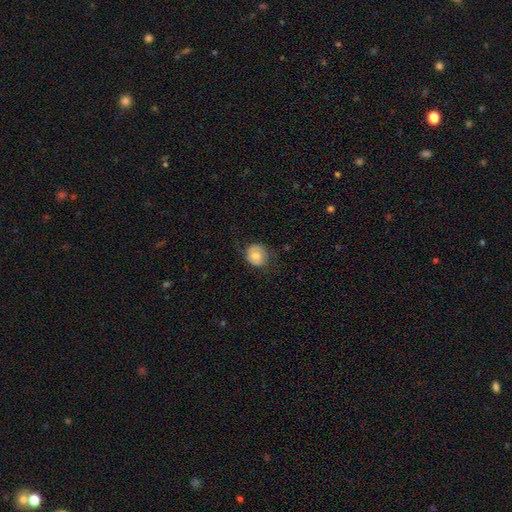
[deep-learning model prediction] Morphology: type=smooth (65%); roundness=round (76%); merging=none (71%).